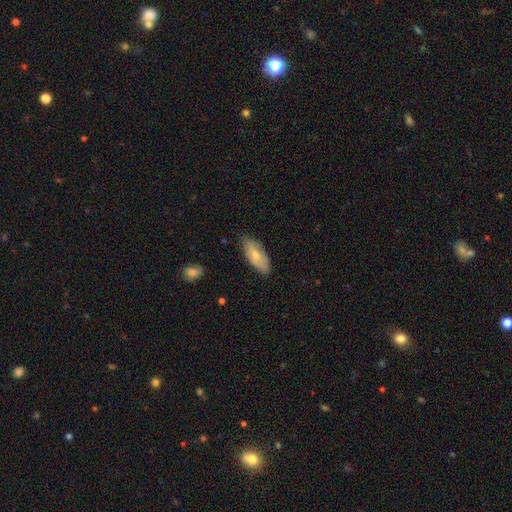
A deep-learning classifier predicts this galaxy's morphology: Smooth or featured: smooth — 70% (featured or disk — 24%)
How rounded: in between — 85% (cigar-shaped — 13%)
Merging: none — 76% (minor disturbance — 20%)